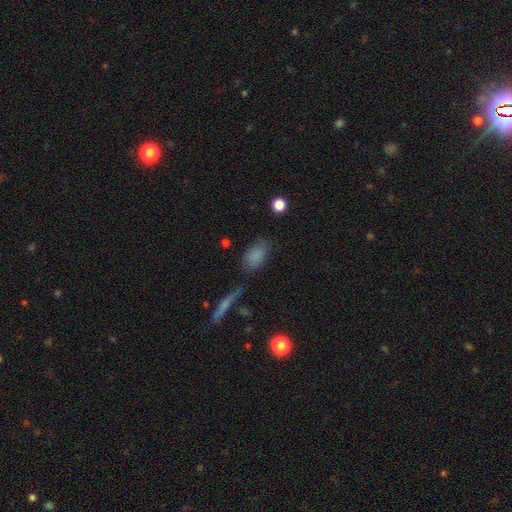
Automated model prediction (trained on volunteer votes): smooth 82%, star or artifact 11%, featured or disk 7%. Down the decision tree: how rounded — in between (87%); merging — none (69%).